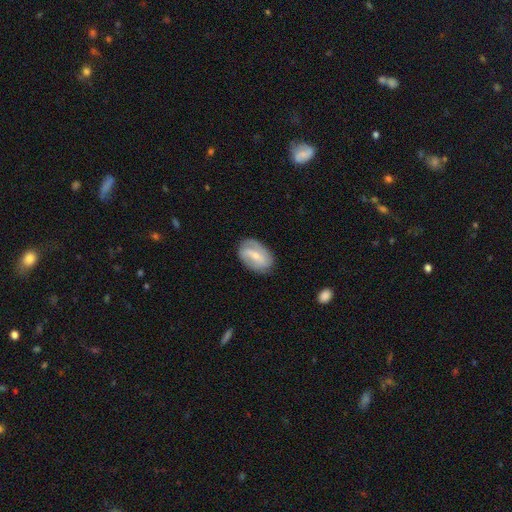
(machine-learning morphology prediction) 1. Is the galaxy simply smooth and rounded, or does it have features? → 59% featured or disk, 35% smooth, 6% star or artifact.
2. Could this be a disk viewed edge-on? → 95% no, 5% yes.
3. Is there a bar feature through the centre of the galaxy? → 42% weak, 34% strong, 23% no.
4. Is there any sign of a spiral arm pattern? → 75% yes, 25% no.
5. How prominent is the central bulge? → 61% small, 34% moderate, 3% none, 2% large, 1% dominant.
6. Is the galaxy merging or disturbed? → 77% none, 17% minor disturbance, 5% major disturbance, 1% merger.